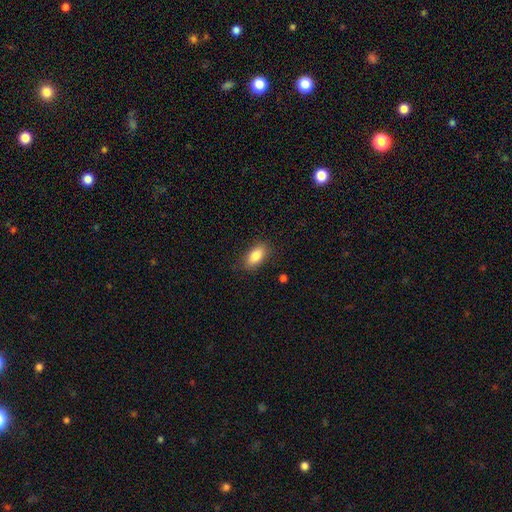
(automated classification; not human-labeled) The model was most divided on "merging": none: 85%, minor disturbance: 11%, major disturbance: 3%, merger: 1%. More confident: how rounded — in between (90%); smooth or featured — smooth (85%).